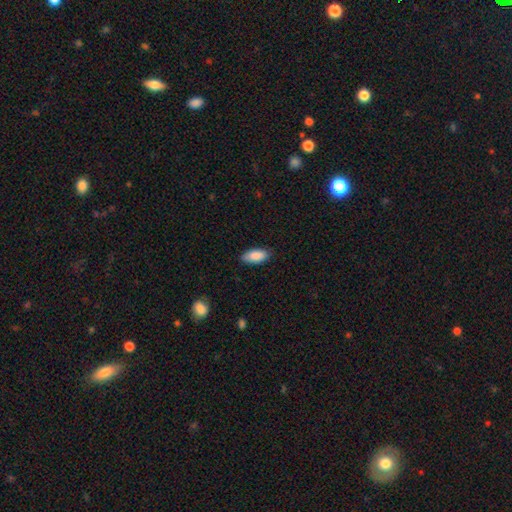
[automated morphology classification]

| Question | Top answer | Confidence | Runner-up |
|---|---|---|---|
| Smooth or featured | smooth | 87% | featured or disk (6%) |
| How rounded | in between | 89% | cigar-shaped (9%) |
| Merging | none | 85% | minor disturbance (12%) |